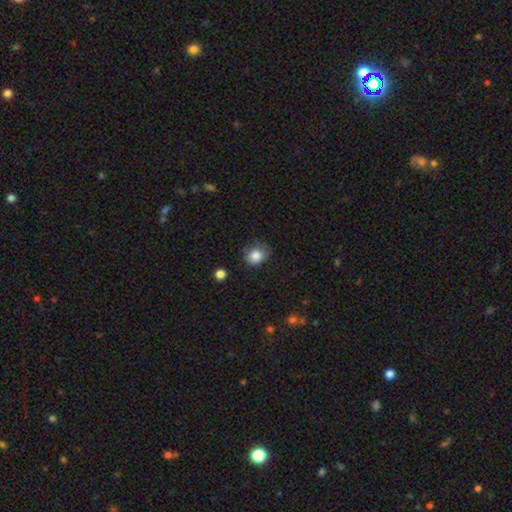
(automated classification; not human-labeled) smooth-or-featured: smooth: 82% | star or artifact: 9% | featured or disk: 9%
  how-rounded: round: 64% | in between: 36% | cigar-shaped: 1%
  merging: none: 64% | minor disturbance: 28% | major disturbance: 7% | merger: 2%